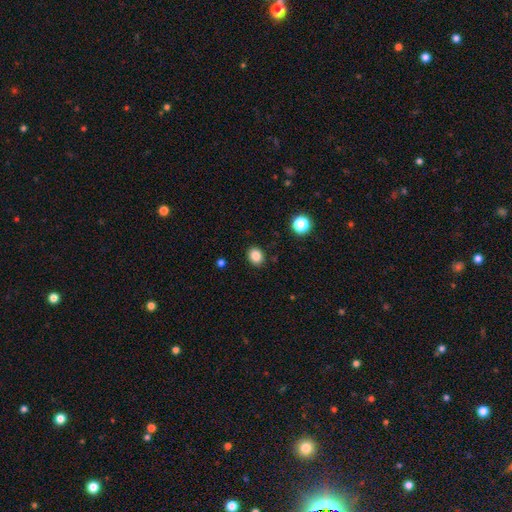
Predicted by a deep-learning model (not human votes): The model was most divided on "how rounded": round: 60%, in between: 39%, cigar-shaped: 1%. More confident: merging — none (89%); smooth or featured — smooth (85%).